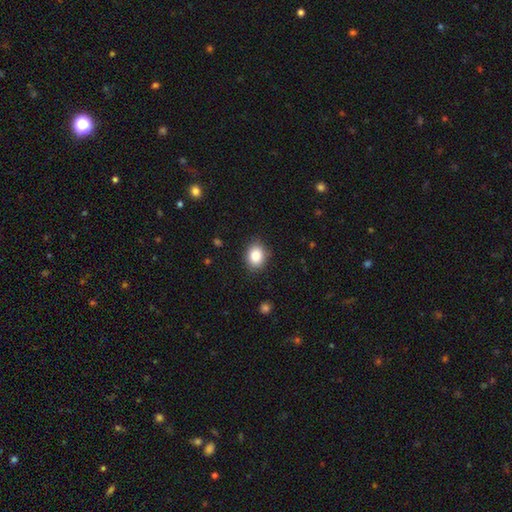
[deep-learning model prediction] smooth_or_featured: smooth (p=0.87) [alt: star or artifact p=0.09]
how_rounded: in between (p=0.59) [alt: round p=0.40]
merging: none (p=0.85) [alt: minor disturbance p=0.11]